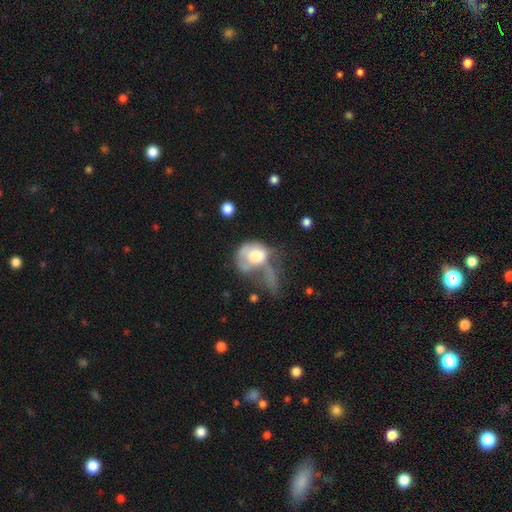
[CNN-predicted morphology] The model was most divided on "how rounded": in between: 56%, round: 43%, cigar-shaped: 1%. More confident: smooth or featured — smooth (55%); merging — major disturbance (54%).